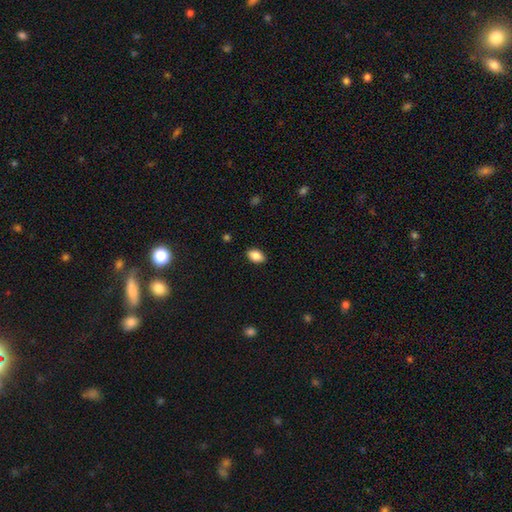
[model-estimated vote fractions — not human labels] Overall: smooth (87%). How rounded: in between (89%). Merging: none (88%).